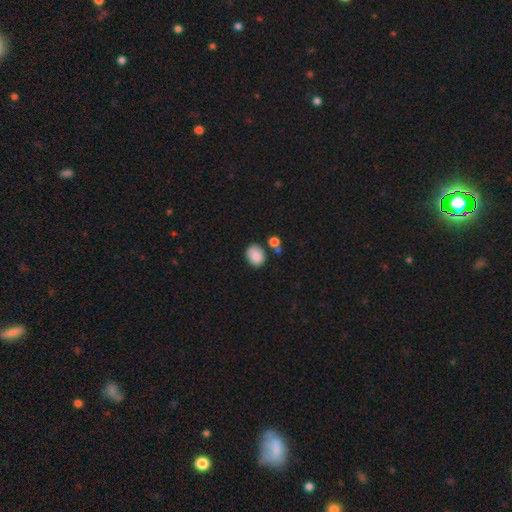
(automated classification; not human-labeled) Smooth or featured?
  - smooth: 85% *
  - star or artifact: 8%
  - featured or disk: 7%
How rounded?
  - in between: 56% *
  - round: 43%
  - cigar-shaped: 1%
Merging?
  - none: 70% *
  - minor disturbance: 18%
  - merger: 8%
  - major disturbance: 4%